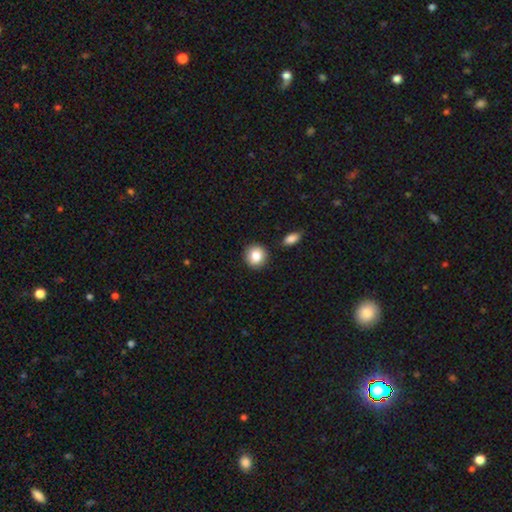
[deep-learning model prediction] smooth_or_featured: smooth (p=0.83) [alt: star or artifact p=0.09]
how_rounded: round (p=0.88) [alt: in between p=0.11]
merging: none (p=0.87) [alt: minor disturbance p=0.08]